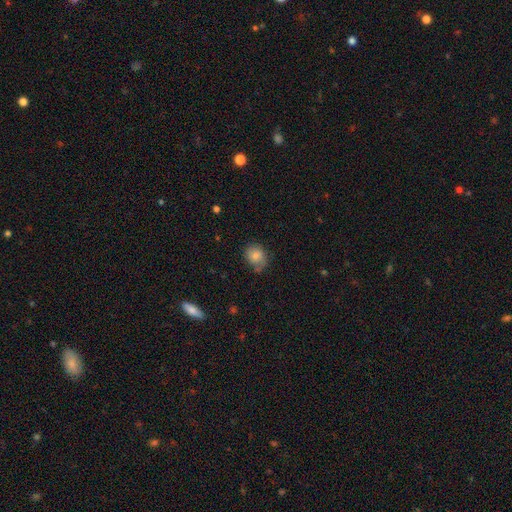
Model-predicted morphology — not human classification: The model was most divided on "how rounded": round: 63%, in between: 36%, cigar-shaped: 1%. More confident: smooth or featured — smooth (81%); merging — none (67%).